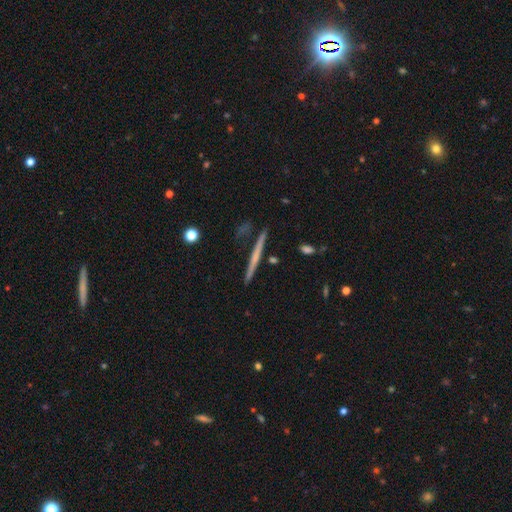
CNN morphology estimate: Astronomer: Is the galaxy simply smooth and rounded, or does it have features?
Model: featured or disk — 59% (runner-up: smooth, 35%).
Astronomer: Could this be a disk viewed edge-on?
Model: yes — 98%.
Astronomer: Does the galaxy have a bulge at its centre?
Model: none — 74%.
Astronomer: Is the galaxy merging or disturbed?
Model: none — 89%.